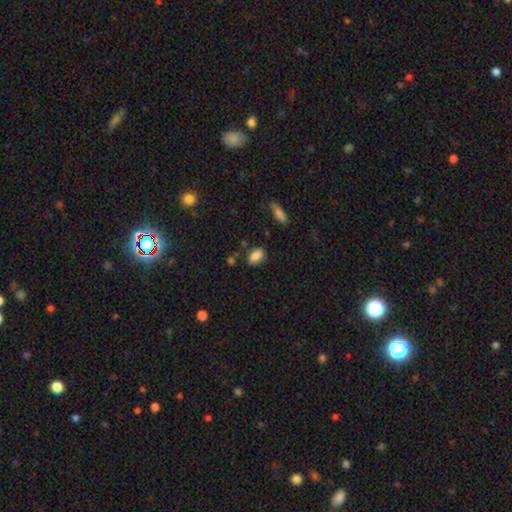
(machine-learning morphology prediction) Q: Smooth or featured?
A: smooth (86%); runner-up: star or artifact (8%)
Q: How rounded?
A: in between (86%); runner-up: round (12%)
Q: Merging?
A: none (81%); runner-up: minor disturbance (12%)